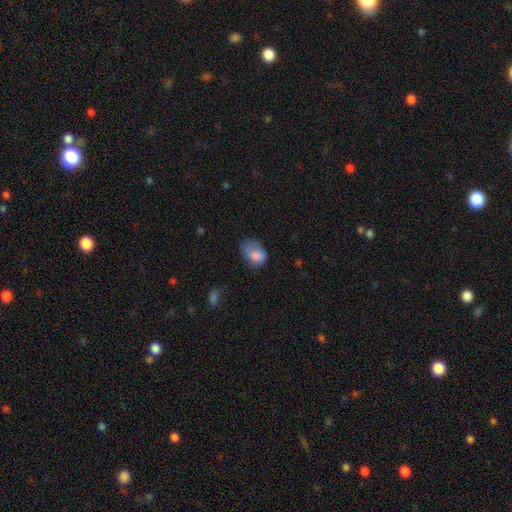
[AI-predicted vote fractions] Smooth or featured? Predicted: smooth (p=0.79). How rounded? Predicted: in between (p=0.75). Merging? Predicted: minor disturbance (p=0.40).